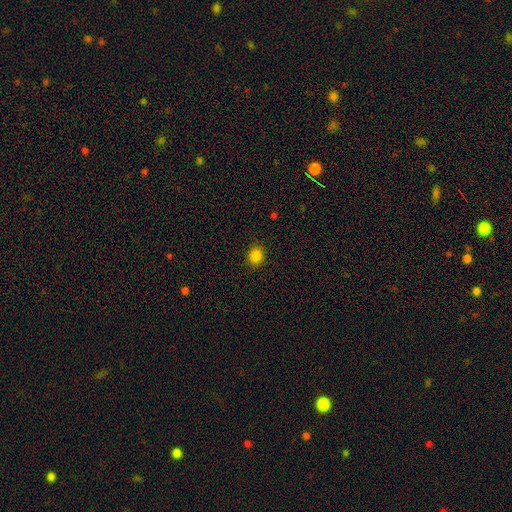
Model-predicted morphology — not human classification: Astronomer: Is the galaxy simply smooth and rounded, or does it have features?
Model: smooth — 84%.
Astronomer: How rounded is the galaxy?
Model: round — 76%.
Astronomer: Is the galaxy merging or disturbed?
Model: none — 89%.